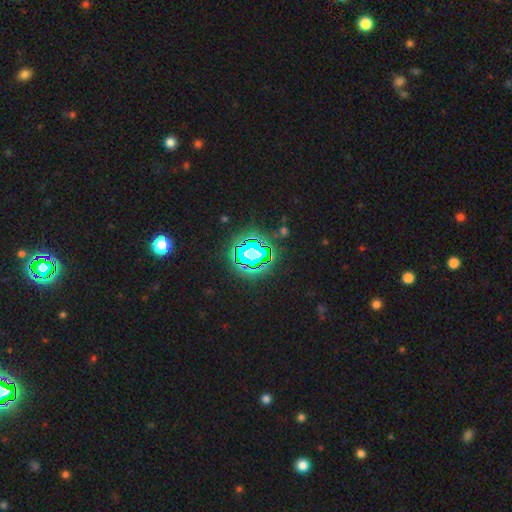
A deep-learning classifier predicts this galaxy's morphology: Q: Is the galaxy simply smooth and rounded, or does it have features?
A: star or artifact — 76%.